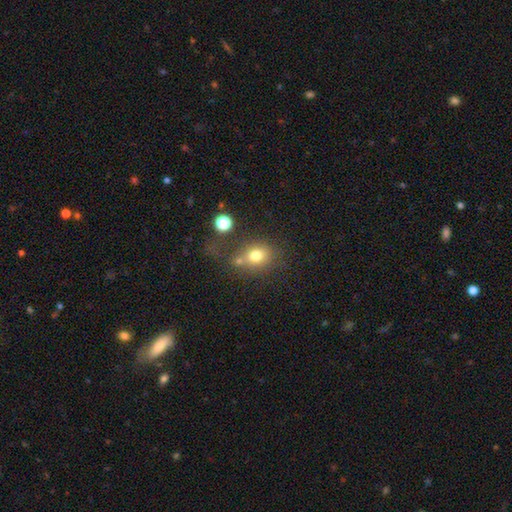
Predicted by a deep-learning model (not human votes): smooth-or-featured: smooth: 75% | star or artifact: 14% | featured or disk: 11%
  how-rounded: round: 63% | in between: 36% | cigar-shaped: 1%
  merging: none: 55% | merger: 19% | minor disturbance: 17% | major disturbance: 9%